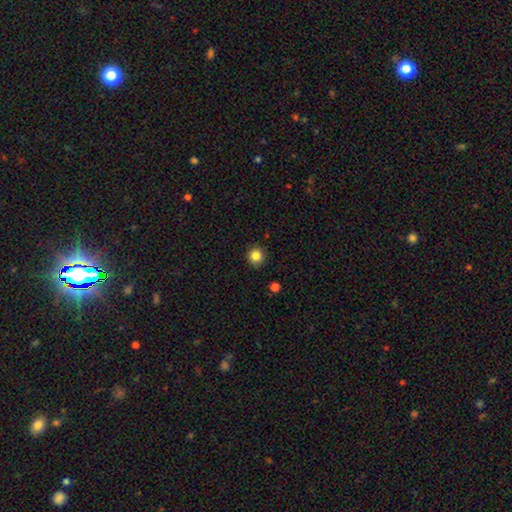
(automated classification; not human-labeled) This appears to be a smooth galaxy with no disk features (84%) that is round (91%). Merging: none (91%).